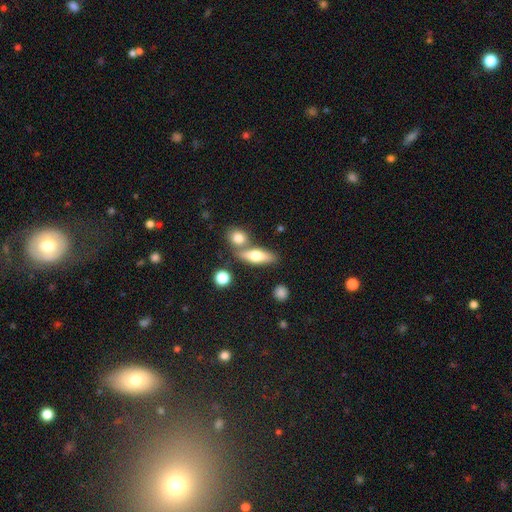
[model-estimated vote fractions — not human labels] This appears to be a smooth galaxy with no disk features (60%) that is in between round and cigar-shaped (51%). Merging: none (58%).